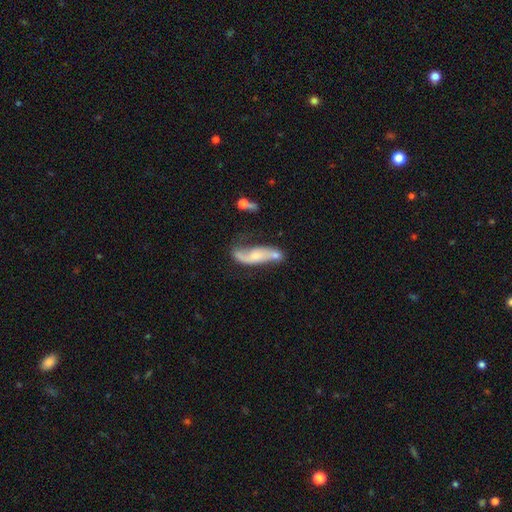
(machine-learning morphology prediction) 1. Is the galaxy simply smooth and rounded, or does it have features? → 66% featured or disk, 27% smooth, 7% star or artifact.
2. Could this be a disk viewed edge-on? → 87% no, 13% yes.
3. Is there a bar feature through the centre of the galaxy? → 65% no, 26% weak, 8% strong.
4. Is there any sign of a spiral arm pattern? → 82% yes, 18% no.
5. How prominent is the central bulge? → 46% small, 43% moderate, 6% none, 4% large, 1% dominant.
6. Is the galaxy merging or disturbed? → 32% none (tied), 32% merger (tied), 20% minor disturbance, 15% major disturbance.